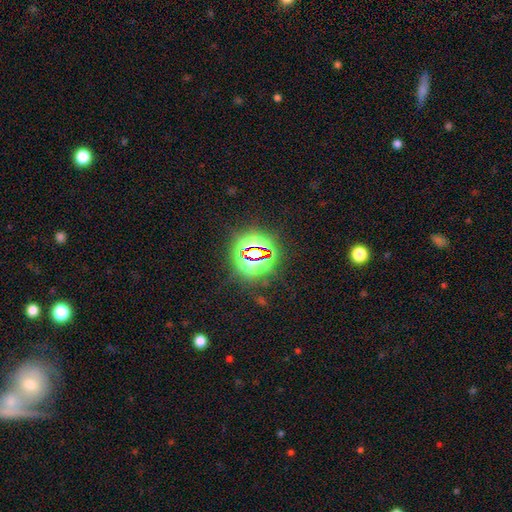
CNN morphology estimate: Smooth or featured?
  - star or artifact: 78% *
  - smooth: 14%
  - featured or disk: 8%